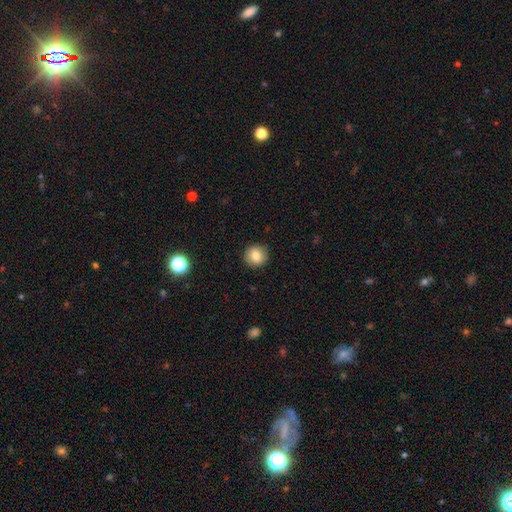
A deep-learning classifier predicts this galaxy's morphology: The model was most divided on "smooth or featured": smooth: 81%, star or artifact: 10%, featured or disk: 9%. More confident: merging — none (90%); how rounded — round (90%).